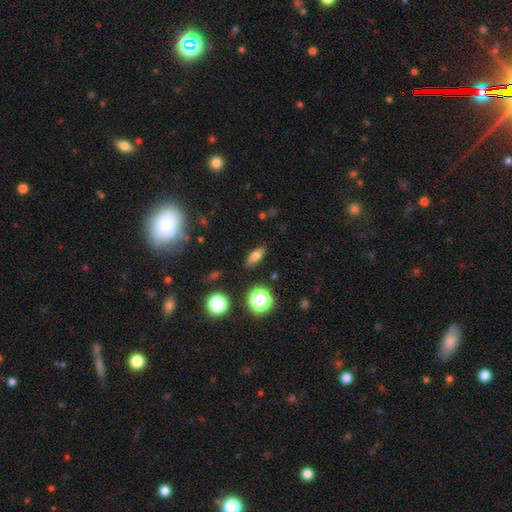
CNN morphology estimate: Smooth or featured: smooth — 70% (featured or disk — 15%)
How rounded: in between — 72% (cigar-shaped — 18%)
Merging: none — 85% (minor disturbance — 10%)